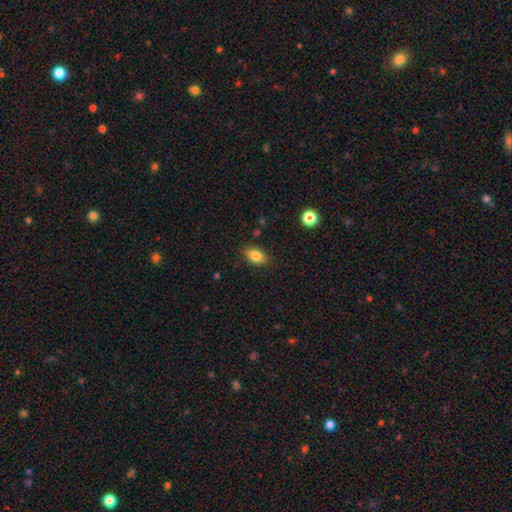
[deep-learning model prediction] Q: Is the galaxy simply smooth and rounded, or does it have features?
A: smooth — 83%.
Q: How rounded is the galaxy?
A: in between — 87%.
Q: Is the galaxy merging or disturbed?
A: none — 85%.